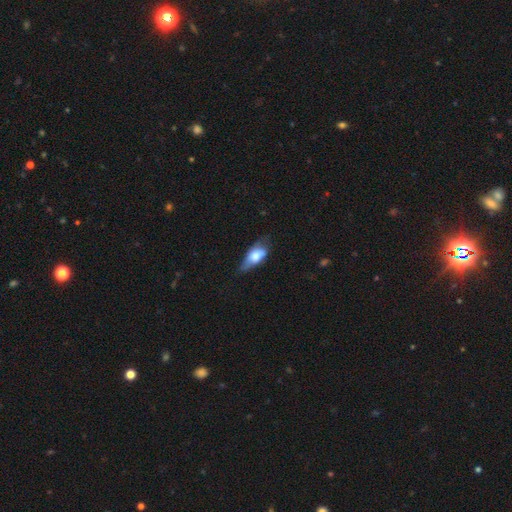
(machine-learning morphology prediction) This appears to be a smooth galaxy with no disk features (61%) that is in between round and cigar-shaped (82%). Merging: minor disturbance (39%).